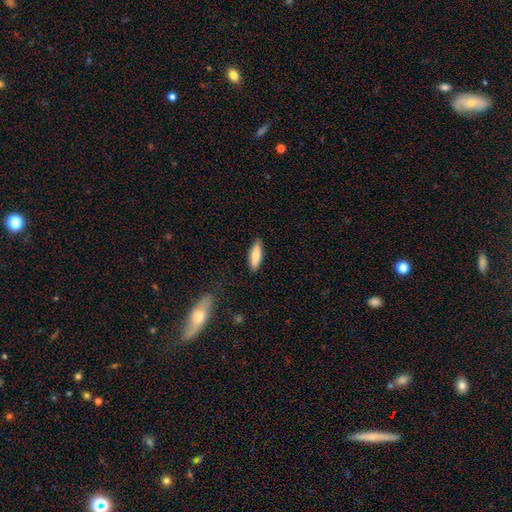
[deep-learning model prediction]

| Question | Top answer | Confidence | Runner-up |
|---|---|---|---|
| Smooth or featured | smooth | 80% | featured or disk (14%) |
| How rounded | cigar-shaped | 53% | in between (45%) |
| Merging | none | 87% | minor disturbance (9%) |